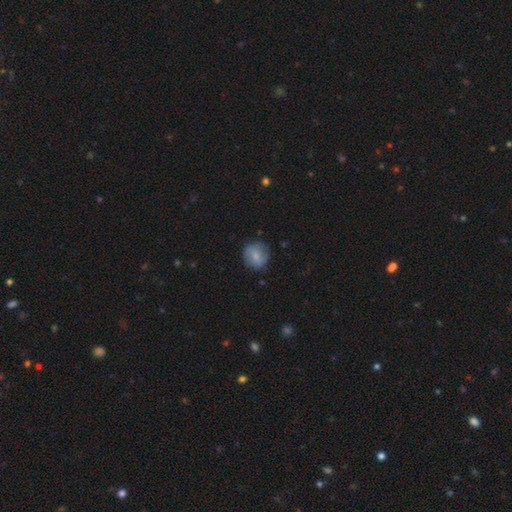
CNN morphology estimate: smooth-or-featured: smooth: 69% | featured or disk: 23% | star or artifact: 7%
  how-rounded: round: 83% | in between: 16% | cigar-shaped: 1%
  merging: none: 76% | minor disturbance: 18% | major disturbance: 5% | merger: 1%